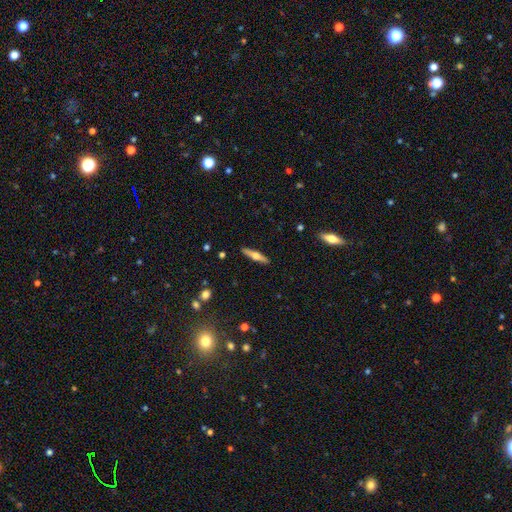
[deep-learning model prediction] This is possibly a featured or disk galaxy (52%). It is clearly viewed edge-on (94%). Merging: clearly none (91%).